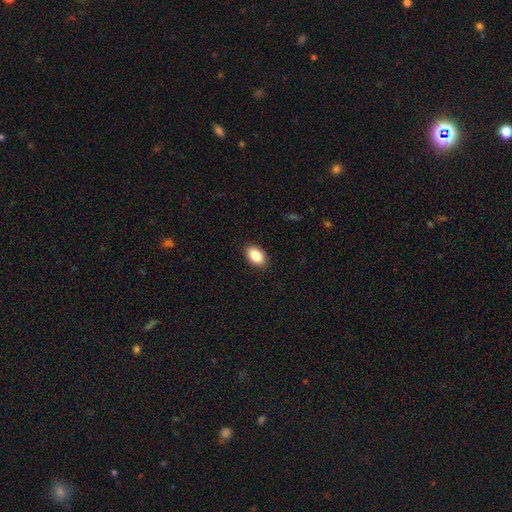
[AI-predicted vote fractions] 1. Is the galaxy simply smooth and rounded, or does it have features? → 87% smooth, 7% star or artifact, 6% featured or disk.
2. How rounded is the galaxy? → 89% in between, 9% round, 1% cigar-shaped.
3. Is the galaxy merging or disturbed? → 90% none, 7% minor disturbance, 2% major disturbance, 1% merger.